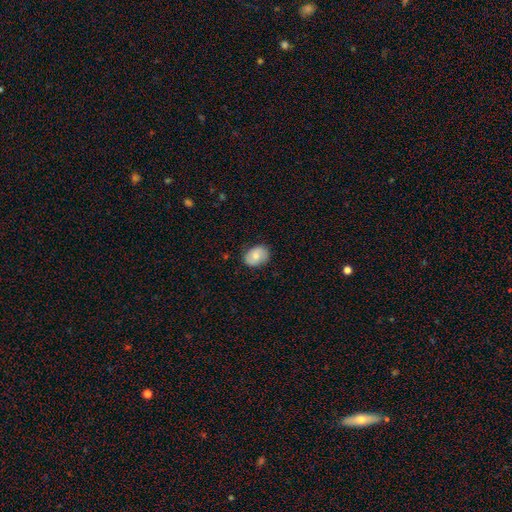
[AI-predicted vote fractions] Q: Smooth or featured?
A: smooth (77%); runner-up: featured or disk (16%)
Q: How rounded?
A: in between (70%); runner-up: round (29%)
Q: Merging?
A: none (80%); runner-up: minor disturbance (16%)